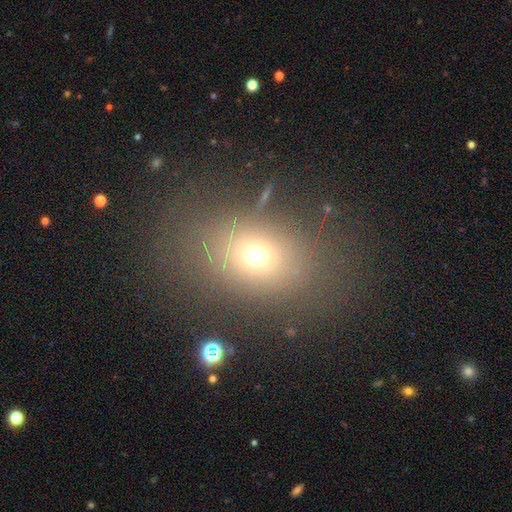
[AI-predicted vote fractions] The model was most divided on "how rounded": in between: 58%, round: 40%, cigar-shaped: 1%. More confident: merging — none (76%); smooth or featured — smooth (67%).